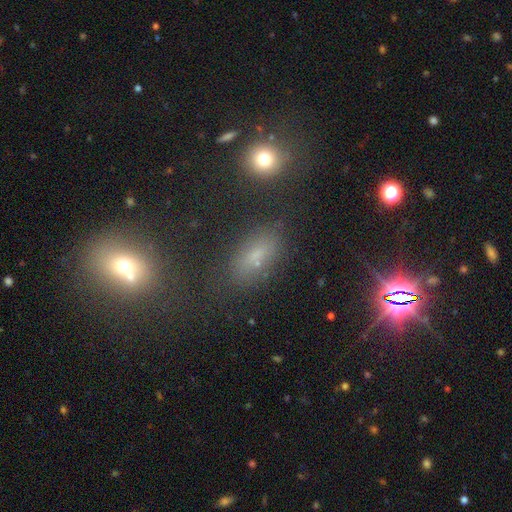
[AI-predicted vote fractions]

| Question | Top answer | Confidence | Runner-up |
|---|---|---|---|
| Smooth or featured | smooth | 54% | star or artifact (31%) |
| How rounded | in between | 83% | cigar-shaped (9%) |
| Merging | none | 74% | minor disturbance (14%) |